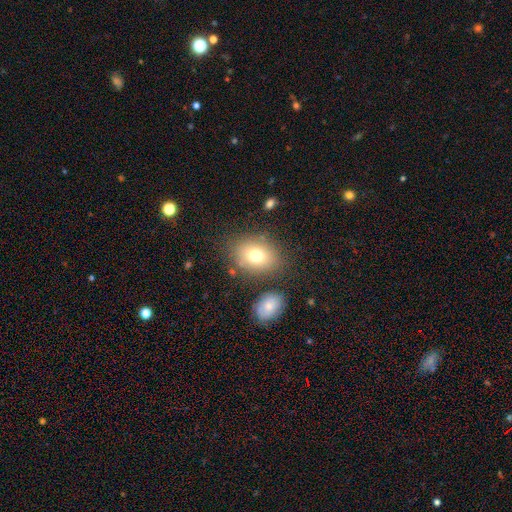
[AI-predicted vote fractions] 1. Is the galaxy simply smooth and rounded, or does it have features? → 75% smooth, 14% featured or disk, 11% star or artifact.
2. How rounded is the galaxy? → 58% in between, 41% round, 1% cigar-shaped.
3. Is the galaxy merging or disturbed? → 75% none, 12% minor disturbance, 8% merger, 5% major disturbance.